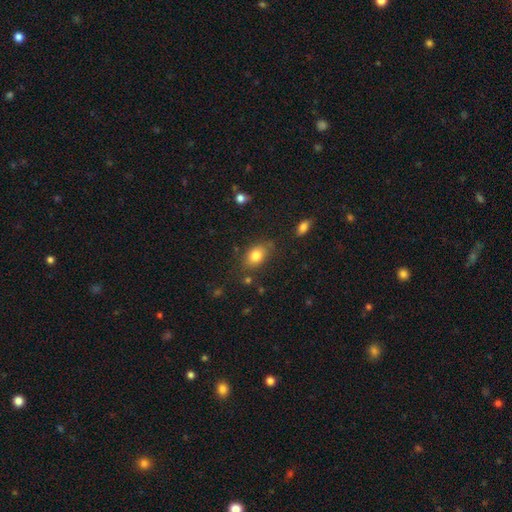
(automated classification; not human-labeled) Smooth or featured? smooth (81%)
How rounded? in between (80%)
Merging? none (76%)